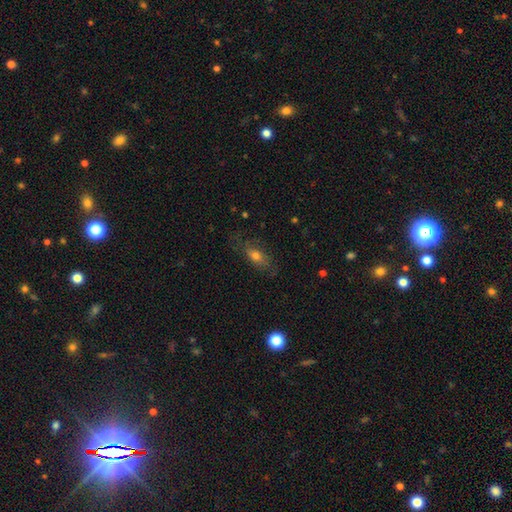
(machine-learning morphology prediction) A smooth galaxy with no disk features (66%) that is in between round and cigar-shaped (76%). Merging: none (64%).